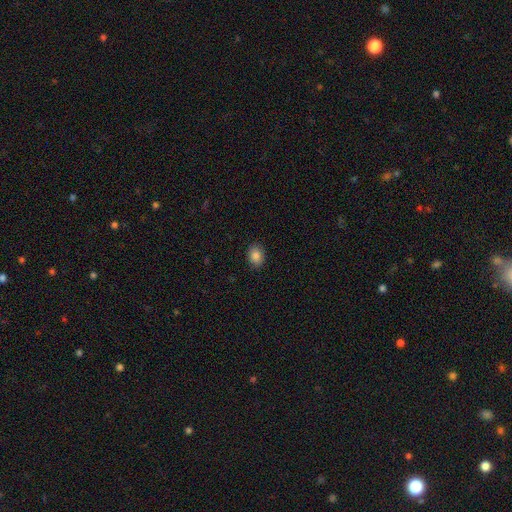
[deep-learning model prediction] A smooth galaxy with no disk features (86%) that is in between round and cigar-shaped (59%).

Vote fractions:
- Smooth or featured? smooth: 86% / star or artifact: 9% / featured or disk: 5%
- How rounded? in between: 59% / round: 40% / cigar-shaped: 1%
- Merging? none: 89% / minor disturbance: 8% / major disturbance: 2% / merger: 1%